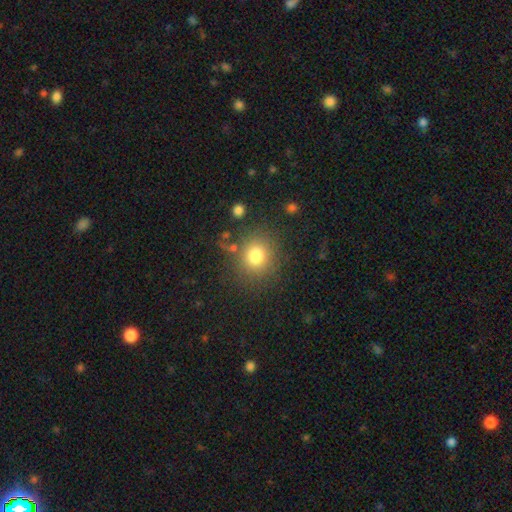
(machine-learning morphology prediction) A smooth galaxy with no disk features (79%) that is round (82%). Merging: none (80%).